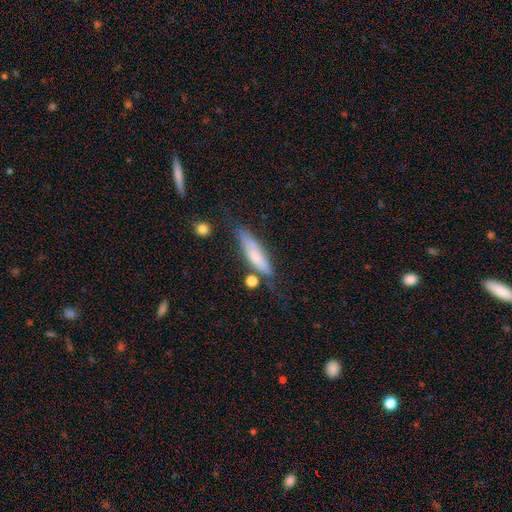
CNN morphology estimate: Smooth or featured? smooth (64%)
How rounded? cigar-shaped (75%)
Merging? none (55%)